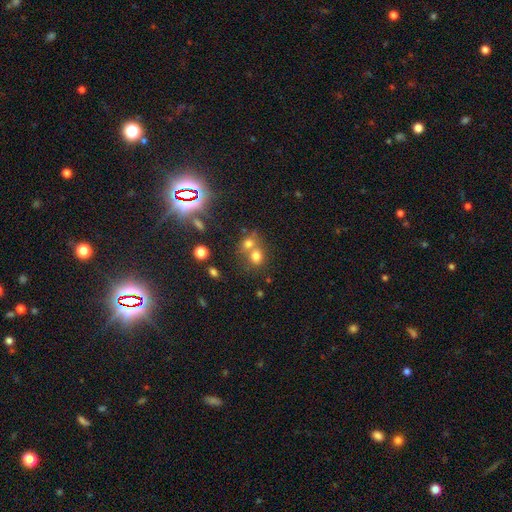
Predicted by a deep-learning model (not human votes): A smooth galaxy with no disk features (71%) that is round (69%).

Vote fractions:
- Smooth or featured? smooth: 71% / star or artifact: 18% / featured or disk: 12%
- How rounded? round: 69% / in between: 29% / cigar-shaped: 1%
- Merging? merger: 51% / none: 38% / minor disturbance: 7% / major disturbance: 4%